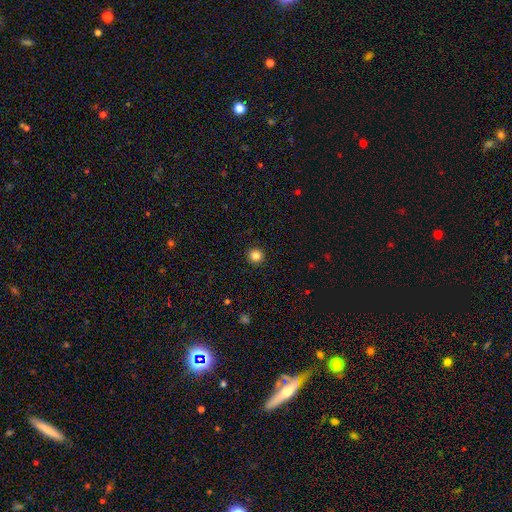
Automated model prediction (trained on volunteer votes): Overall: smooth (84%). How rounded: round (94%). Merging: none (93%).